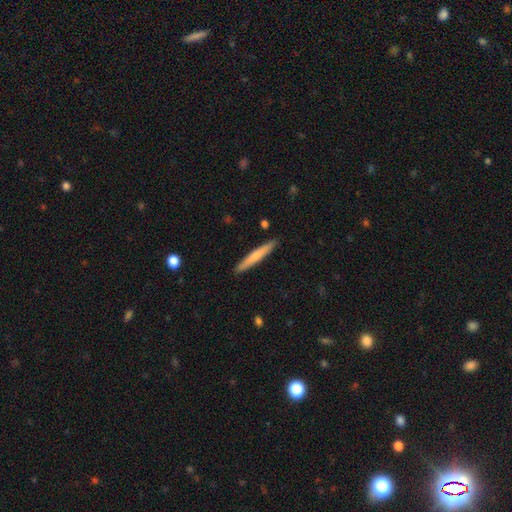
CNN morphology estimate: smooth 64%, featured or disk 31%, star or artifact 5%. Down the decision tree: how rounded — cigar-shaped (95%); merging — none (90%).